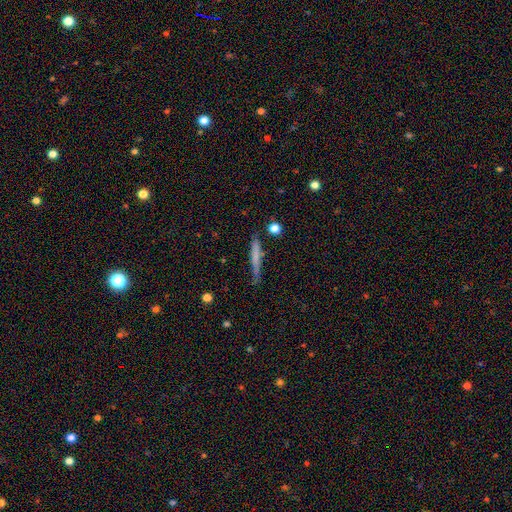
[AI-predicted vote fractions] A smooth galaxy with no disk features (61%) that is cigar-shaped (94%). Merging: none (70%).